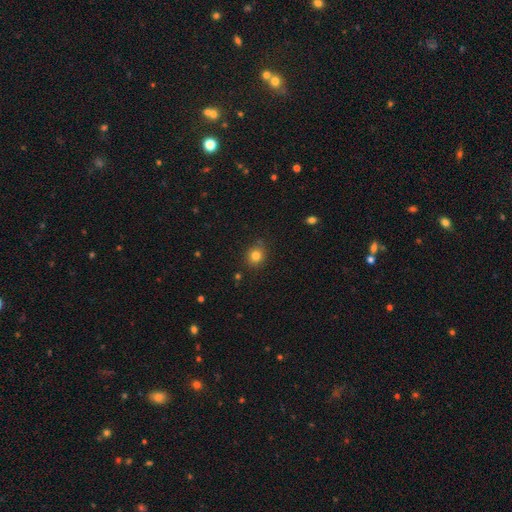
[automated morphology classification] A smooth galaxy with no disk features (81%) that is round (80%).

Vote fractions:
- Smooth or featured? smooth: 81% / star or artifact: 13% / featured or disk: 6%
- How rounded? round: 80% / in between: 19% / cigar-shaped: 1%
- Merging? none: 84% / minor disturbance: 11% / major disturbance: 3% / merger: 2%